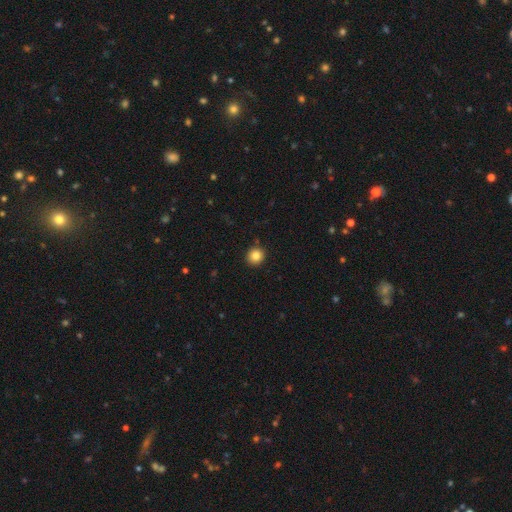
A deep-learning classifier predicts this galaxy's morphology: type=smooth (84%); roundness=round (93%); merging=none (91%).